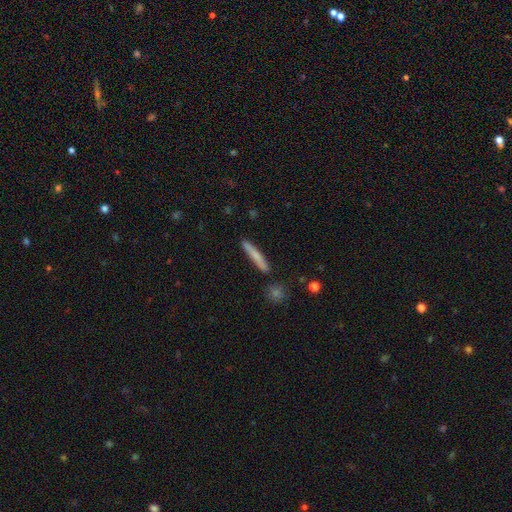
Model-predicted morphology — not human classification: Smooth or featured: smooth — 69% (featured or disk — 26%)
How rounded: cigar-shaped — 95% (in between — 4%)
Merging: none — 85% (minor disturbance — 10%)